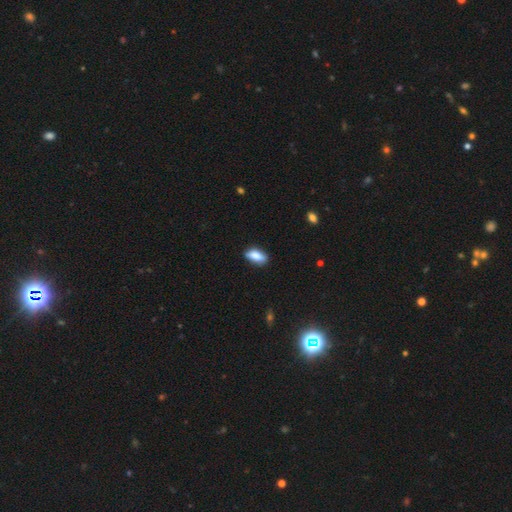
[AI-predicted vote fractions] A smooth galaxy with no disk features (83%) that is in between round and cigar-shaped (84%). Merging: none (82%).